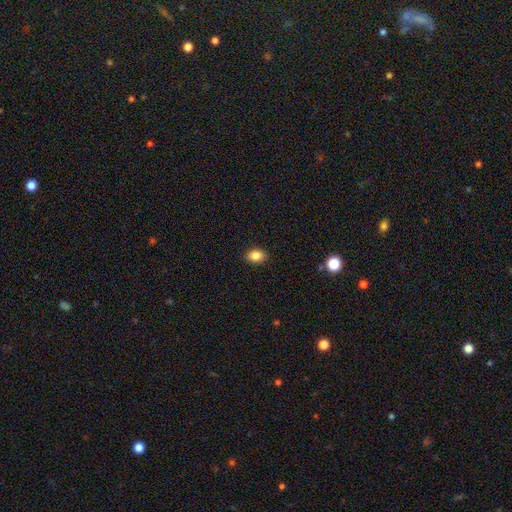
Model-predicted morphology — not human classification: Q: Smooth or featured?
A: smooth (85%); runner-up: star or artifact (10%)
Q: How rounded?
A: in between (67%); runner-up: round (32%)
Q: Merging?
A: none (89%); runner-up: minor disturbance (8%)